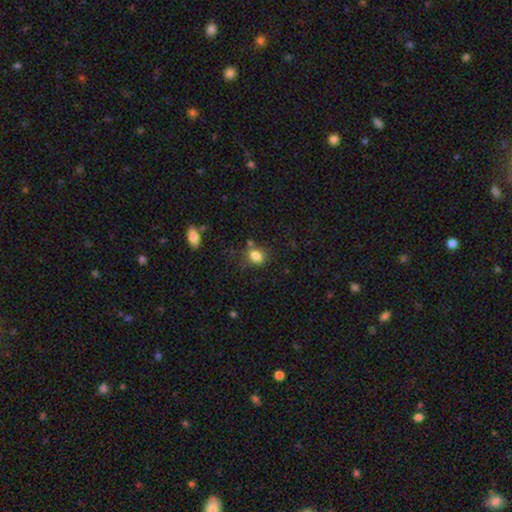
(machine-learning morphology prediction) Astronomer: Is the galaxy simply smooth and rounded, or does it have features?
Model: smooth — 82%.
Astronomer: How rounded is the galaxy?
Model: in between — 58% (runner-up: round, 41%).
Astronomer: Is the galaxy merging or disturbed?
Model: none — 68%.